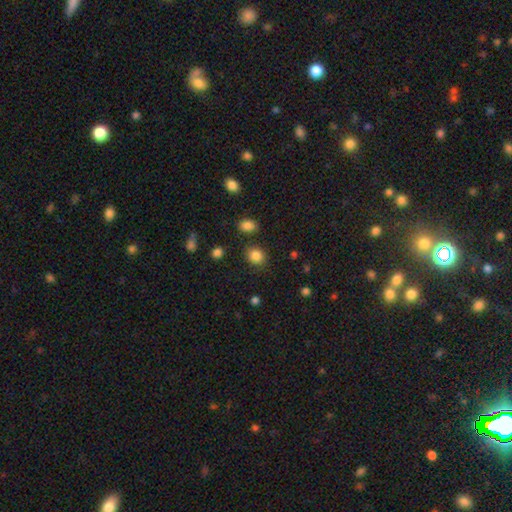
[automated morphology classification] The model was most divided on "how rounded": round: 68%, in between: 31%, cigar-shaped: 1%. More confident: smooth or featured — smooth (85%); merging — none (82%).